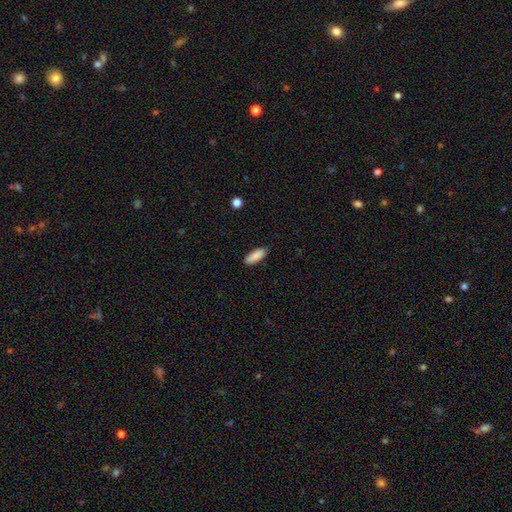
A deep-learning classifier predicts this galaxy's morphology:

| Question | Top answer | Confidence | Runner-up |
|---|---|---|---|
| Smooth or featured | smooth | 89% | star or artifact (6%) |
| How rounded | in between | 66% | cigar-shaped (33%) |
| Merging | none | 85% | minor disturbance (12%) |